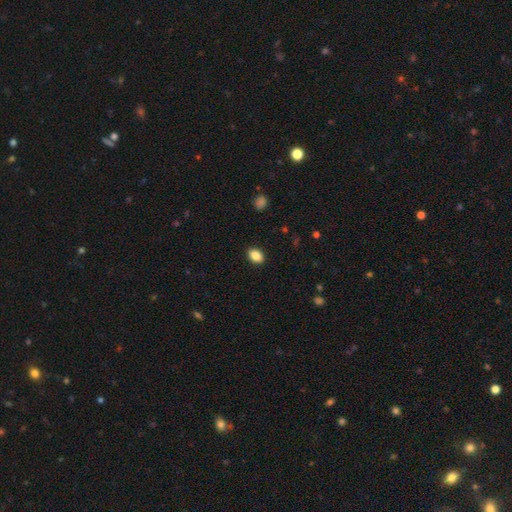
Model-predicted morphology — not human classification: Overall: smooth (87%). How rounded: in between (83%). Merging: none (90%).